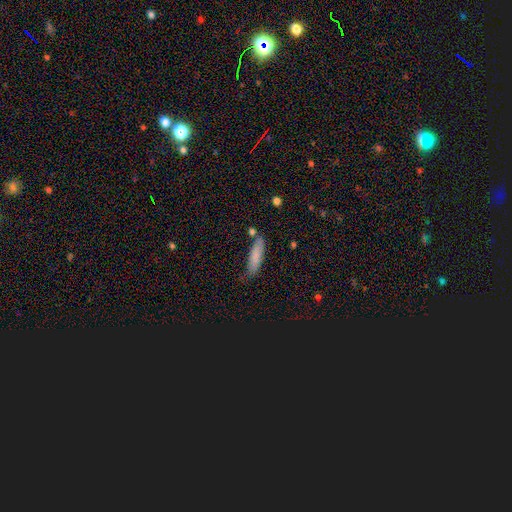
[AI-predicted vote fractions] Smooth or featured? Predicted: smooth (p=0.82). How rounded? Predicted: cigar-shaped (p=0.70). Merging? Predicted: none (p=0.73).